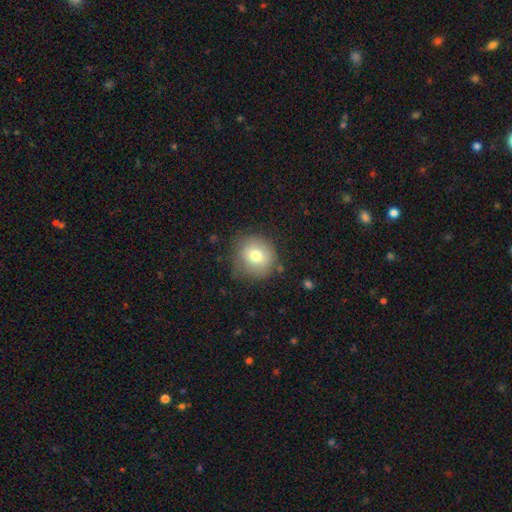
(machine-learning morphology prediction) A smooth galaxy with no disk features (73%) that is round (89%). Merging: none (77%).